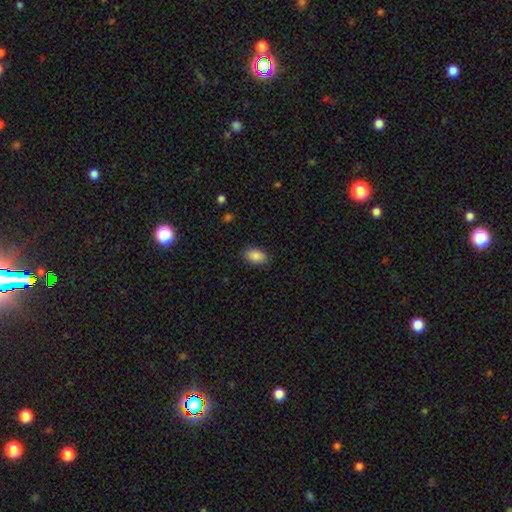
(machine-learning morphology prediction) smooth_or_featured: smooth (p=0.88) [alt: star or artifact p=0.07]
how_rounded: in between (p=0.91) [alt: round p=0.07]
merging: none (p=0.87) [alt: minor disturbance p=0.09]